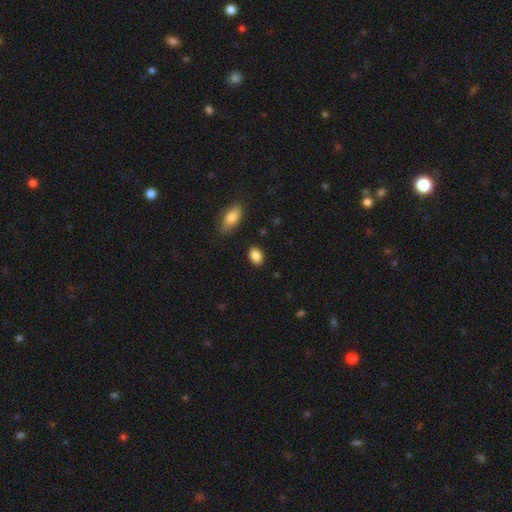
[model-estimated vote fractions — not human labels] Smooth or featured? Predicted: smooth (p=0.88). How rounded? Predicted: in between (p=0.82). Merging? Predicted: none (p=0.87).